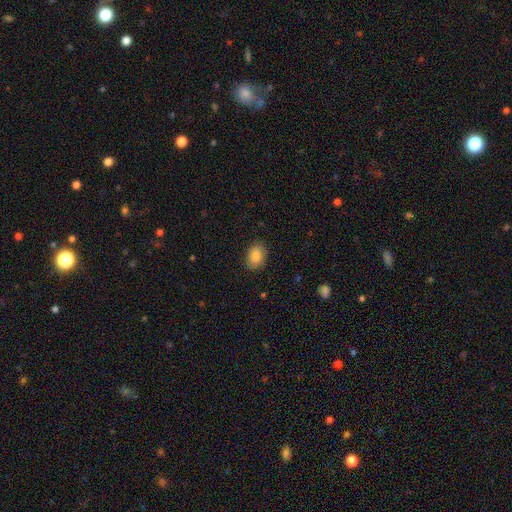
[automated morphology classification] Smooth or featured? Predicted: smooth (p=0.85). How rounded? Predicted: in between (p=0.81). Merging? Predicted: none (p=0.86).